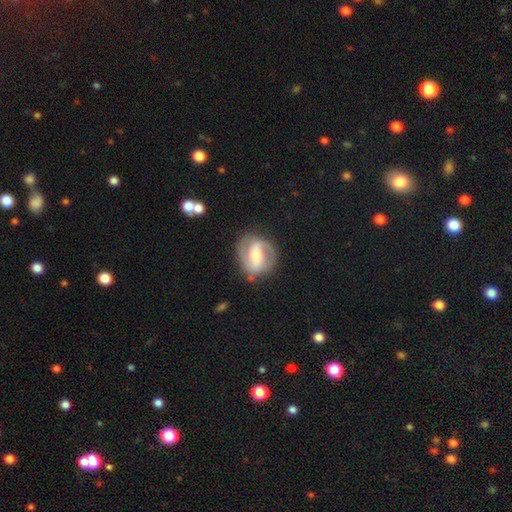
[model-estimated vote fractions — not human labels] smooth_or_featured: featured or disk (p=0.80) [alt: smooth p=0.15]
disk_edge_on: no (p=0.97) [alt: yes p=0.03]
bar: weak (p=0.40) [alt: strong p=0.37]
has_spiral_arms: yes (p=0.93) [alt: no p=0.07]
spiral_winding: medium (p=0.50) [alt: tight p=0.29]
spiral_arm_count: 2 (p=0.85) [alt: can't tell p=0.05]
bulge_size: moderate (p=0.48) [alt: small p=0.43]
merging: none (p=0.76) [alt: minor disturbance p=0.15]